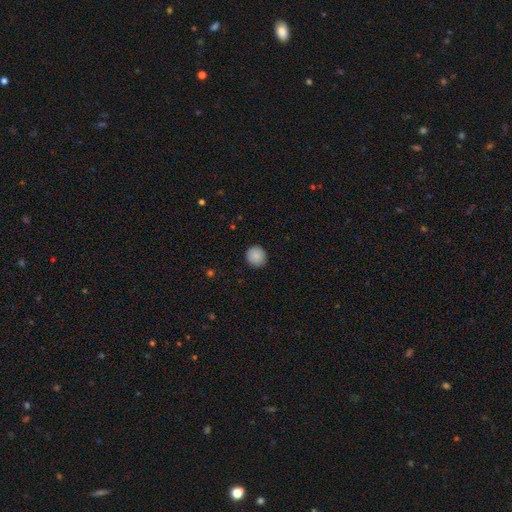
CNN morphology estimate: Smooth or featured? smooth (89%)
How rounded? round (93%)
Merging? none (90%)